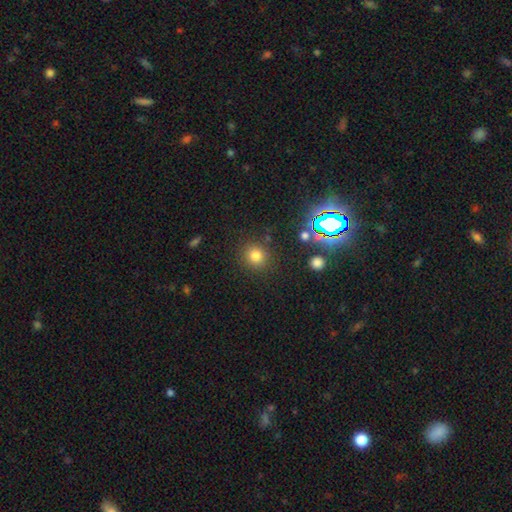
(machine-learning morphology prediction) The model was most divided on "smooth or featured": smooth: 76%, star or artifact: 17%, featured or disk: 7%. More confident: how rounded — round (88%); merging — none (86%).